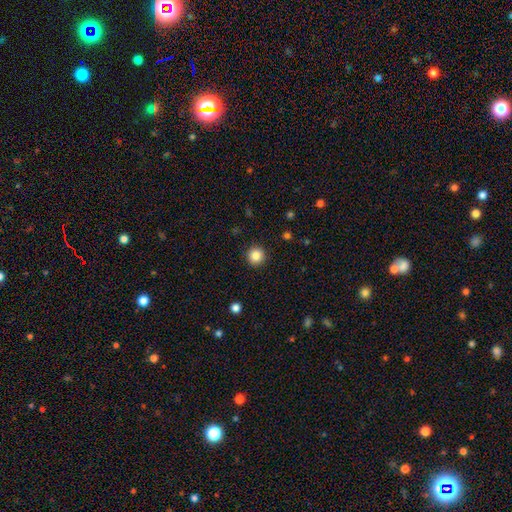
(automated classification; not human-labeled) Smooth or featured: smooth — 85% (star or artifact — 11%)
How rounded: round — 95% (in between — 4%)
Merging: none — 92% (minor disturbance — 5%)